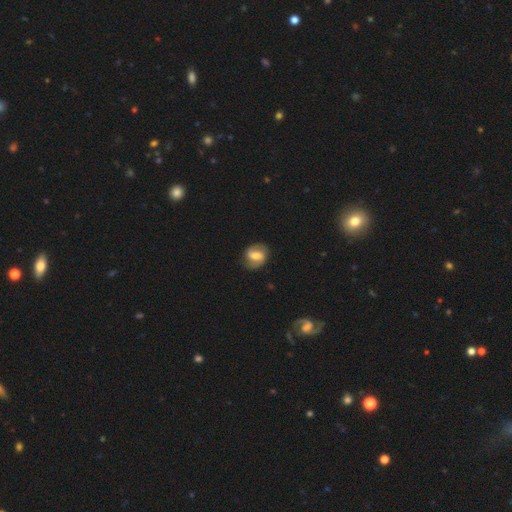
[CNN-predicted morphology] Smooth or featured? featured or disk (72%)
Edge-on disk? no (97%)
Bar? weak (44%)
Spiral arms? yes (90%)
Spiral winding? medium (48%)
Spiral arm count? 2 (90%)
Bulge size? moderate (49%)
Merging? none (82%)